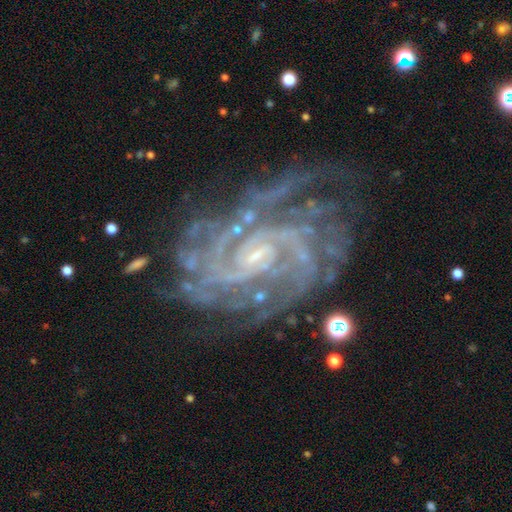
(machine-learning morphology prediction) Smooth or featured? Predicted: featured or disk (p=0.91). Edge-on disk? Predicted: no (p=0.98). Bar? Predicted: no (p=0.53). Spiral arms? Predicted: yes (p=0.98). Spiral winding? Predicted: tight (p=0.67). Spiral arm count? Predicted: 2 (p=0.22). Bulge size? Predicted: small (p=0.79). Merging? Predicted: none (p=0.69).